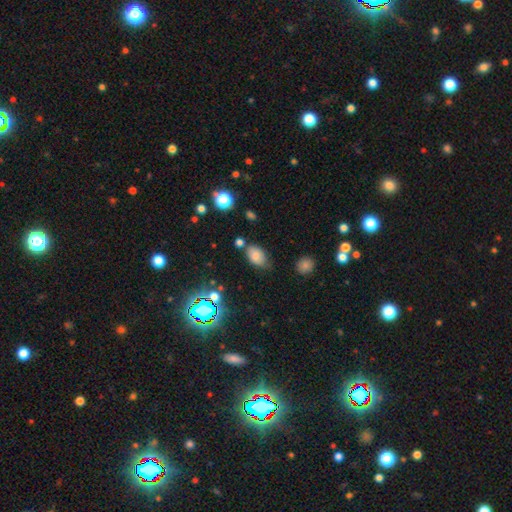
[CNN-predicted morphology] Smooth or featured? smooth (76%)
How rounded? in between (87%)
Merging? none (65%)